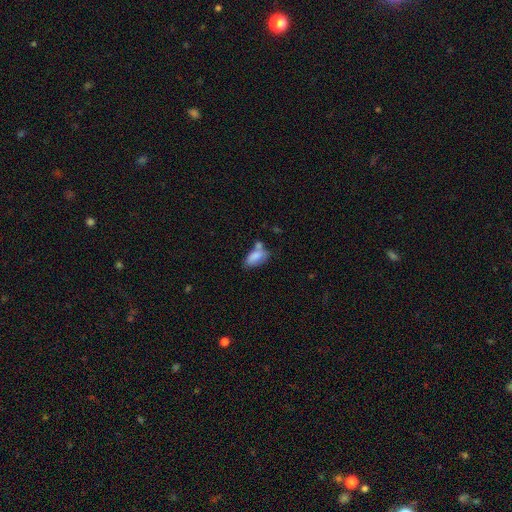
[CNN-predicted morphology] This is likely a smooth galaxy (80%). How rounded: clearly in between (90%). Merging: marginally none (36%).